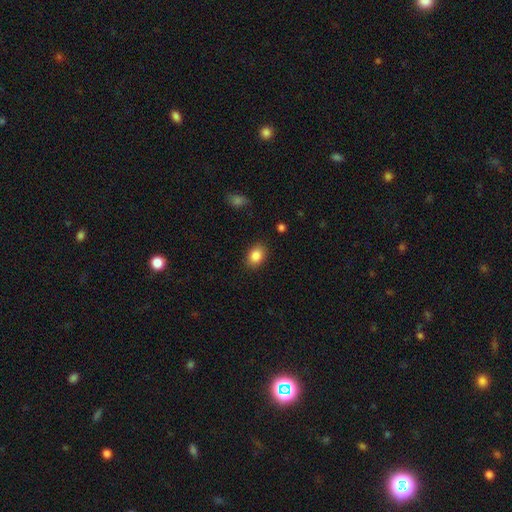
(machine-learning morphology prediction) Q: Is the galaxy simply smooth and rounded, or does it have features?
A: smooth — 86%.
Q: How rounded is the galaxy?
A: in between — 70%.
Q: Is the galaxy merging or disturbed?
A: none — 86%.